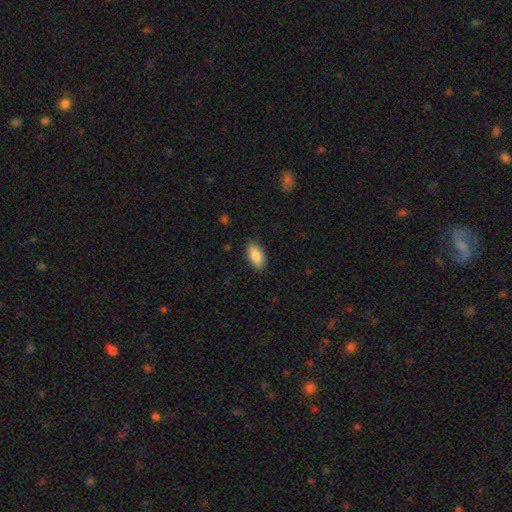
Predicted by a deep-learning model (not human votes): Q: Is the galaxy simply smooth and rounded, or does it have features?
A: smooth — 87%.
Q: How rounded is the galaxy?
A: in between — 92%.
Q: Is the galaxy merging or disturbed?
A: none — 87%.